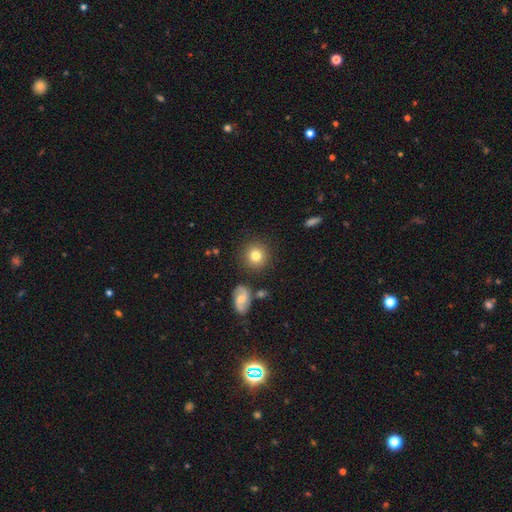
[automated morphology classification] Q: Smooth or featured?
A: smooth (80%); runner-up: featured or disk (11%)
Q: How rounded?
A: round (91%); runner-up: in between (8%)
Q: Merging?
A: none (87%); runner-up: minor disturbance (7%)